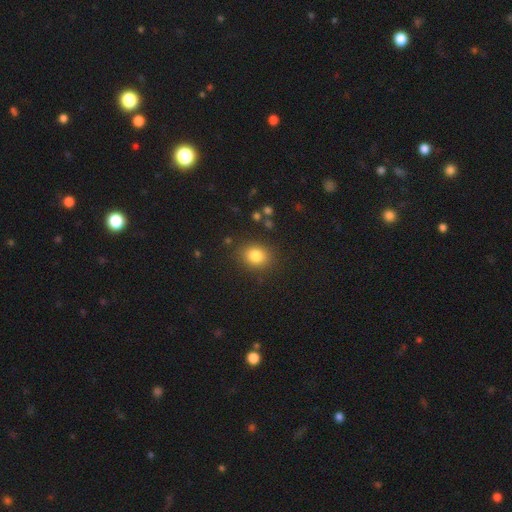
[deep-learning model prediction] A smooth galaxy with no disk features (83%) that is round (57%). Merging: none (85%).